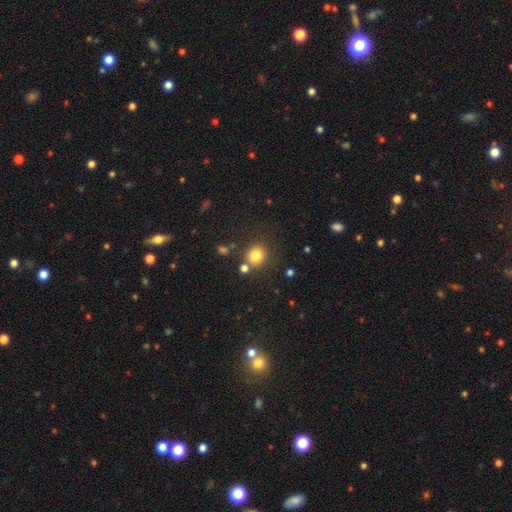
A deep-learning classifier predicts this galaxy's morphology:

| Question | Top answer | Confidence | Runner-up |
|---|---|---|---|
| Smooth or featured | smooth | 80% | star or artifact (13%) |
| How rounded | round | 84% | in between (15%) |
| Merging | none | 76% | merger (11%) |